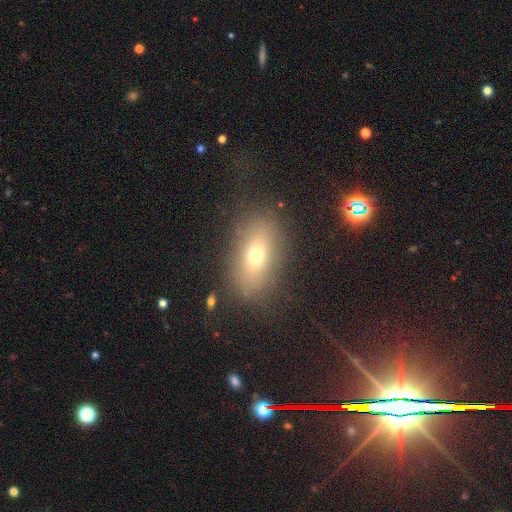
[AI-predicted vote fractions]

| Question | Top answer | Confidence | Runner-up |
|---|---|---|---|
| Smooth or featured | smooth | 63% | featured or disk (22%) |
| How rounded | in between | 80% | round (12%) |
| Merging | none | 74% | minor disturbance (14%) |